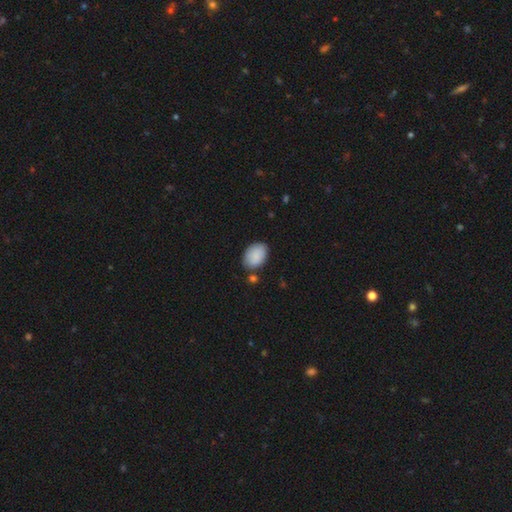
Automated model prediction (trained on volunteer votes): A smooth galaxy with no disk features (87%) that is in between round and cigar-shaped (86%). Merging: none (75%).